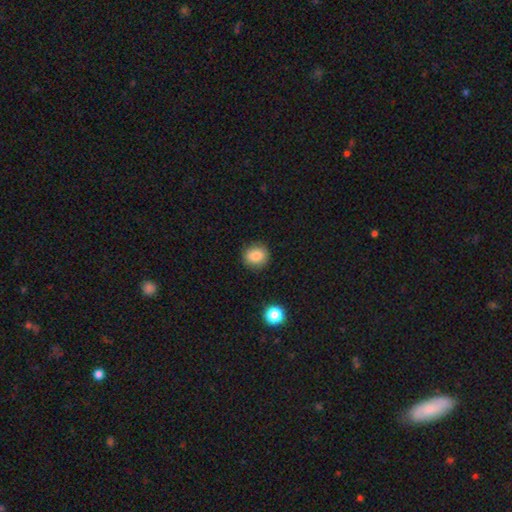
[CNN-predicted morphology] Smooth or featured?
  - smooth: 84% *
  - star or artifact: 10%
  - featured or disk: 6%
How rounded?
  - round: 82% *
  - in between: 17%
  - cigar-shaped: 1%
Merging?
  - none: 88% *
  - minor disturbance: 8%
  - major disturbance: 2%
  - merger: 1%